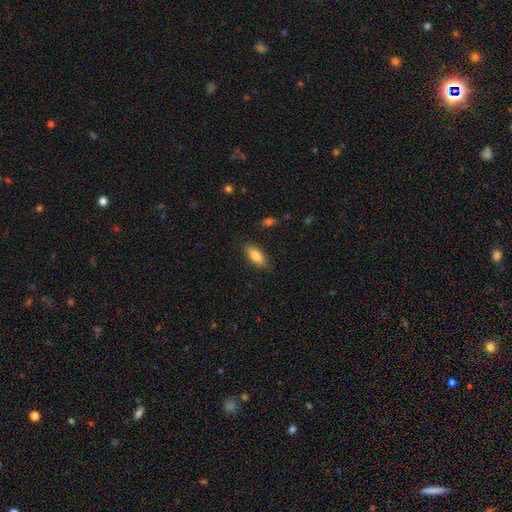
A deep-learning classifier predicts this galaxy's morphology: Smooth or featured? smooth (84%)
How rounded? in between (74%)
Merging? none (84%)